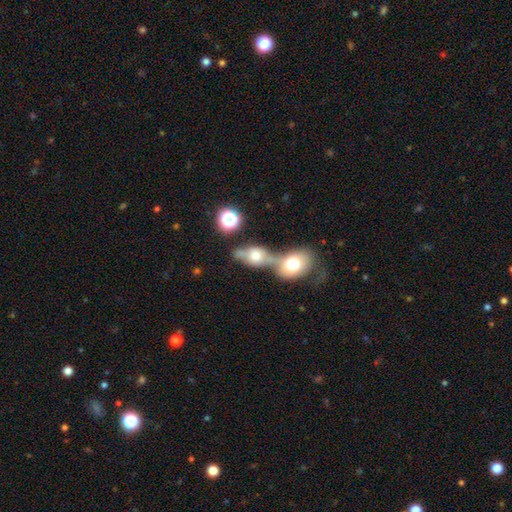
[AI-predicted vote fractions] This appears to be a smooth galaxy with no disk features (58%) that is in between round and cigar-shaped (69%). Merging: merger (66%).